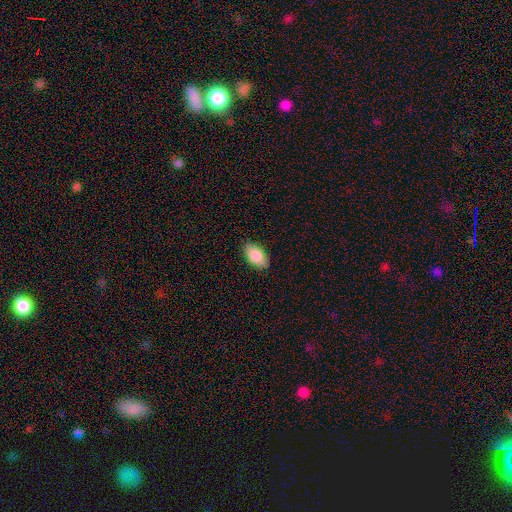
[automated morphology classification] smooth 87%, featured or disk 6%, star or artifact 6%. Down the decision tree: how rounded — in between (94%); merging — none (86%).